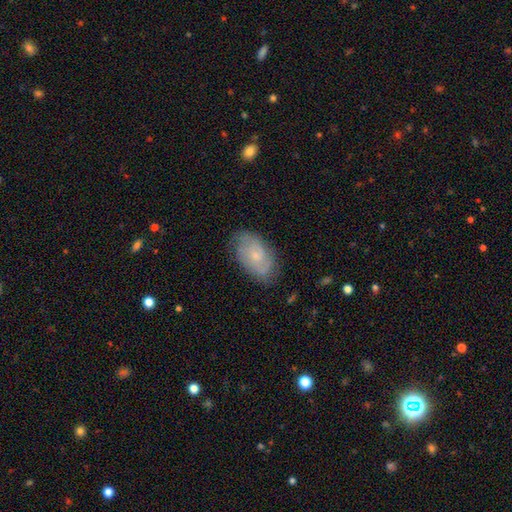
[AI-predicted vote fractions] This is possibly a featured or disk galaxy (52%). It is clearly not viewed edge-on (95%). Merging: likely none (75%).